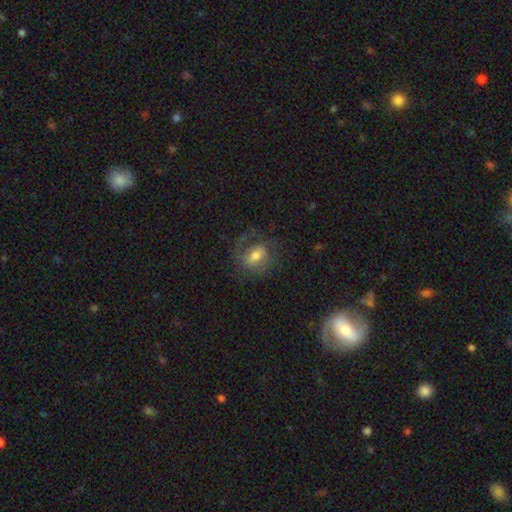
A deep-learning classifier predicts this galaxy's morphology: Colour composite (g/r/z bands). It shows a smooth galaxy with no disk features (47%). Merging: none (58%).